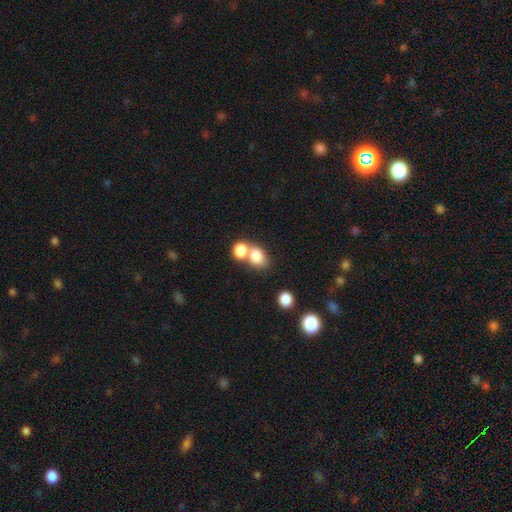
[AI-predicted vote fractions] Q: Smooth or featured?
A: smooth (80%); runner-up: featured or disk (10%)
Q: How rounded?
A: in between (58%); runner-up: round (41%)
Q: Merging?
A: merger (57%); runner-up: none (32%)